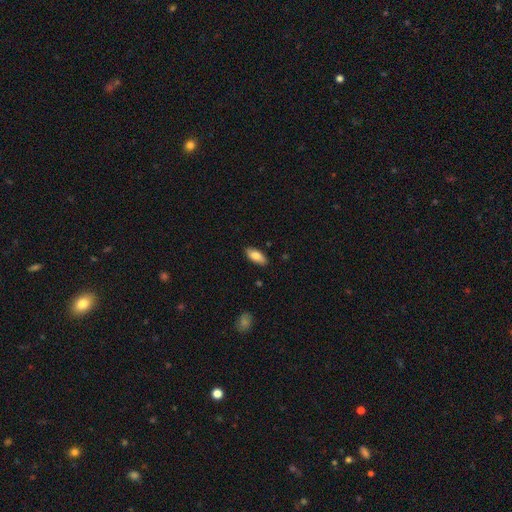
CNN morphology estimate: Q: Smooth or featured?
A: smooth (81%); runner-up: featured or disk (13%)
Q: How rounded?
A: in between (86%); runner-up: cigar-shaped (12%)
Q: Merging?
A: none (86%); runner-up: minor disturbance (11%)